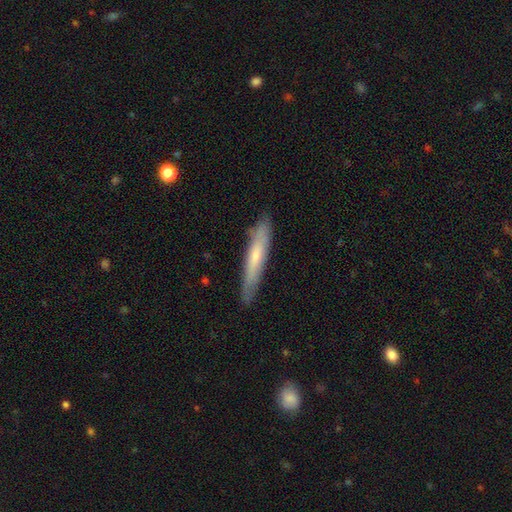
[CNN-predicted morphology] smooth 57%, featured or disk 37%, star or artifact 6%. Down the decision tree: how rounded — cigar-shaped (91%); merging — none (83%).